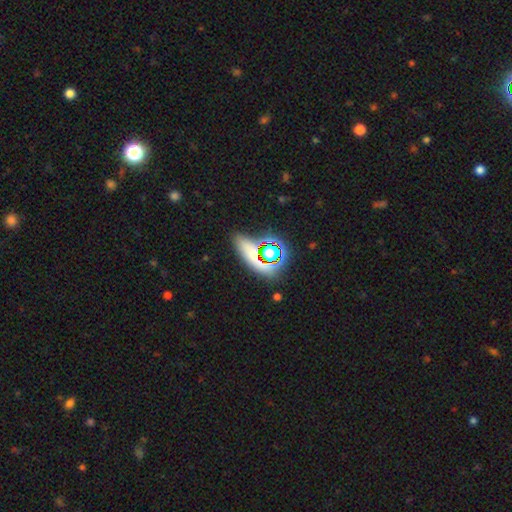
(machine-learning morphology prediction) Smooth or featured? star or artifact (43%, tied with smooth)